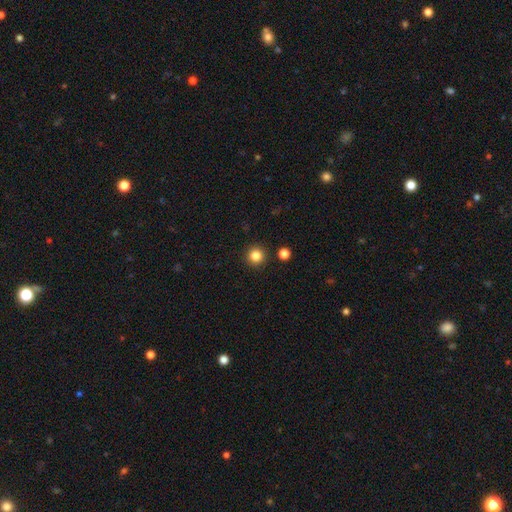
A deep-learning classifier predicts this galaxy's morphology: This is clearly a smooth galaxy (84%). How rounded: clearly round (95%). Merging: clearly none (91%).